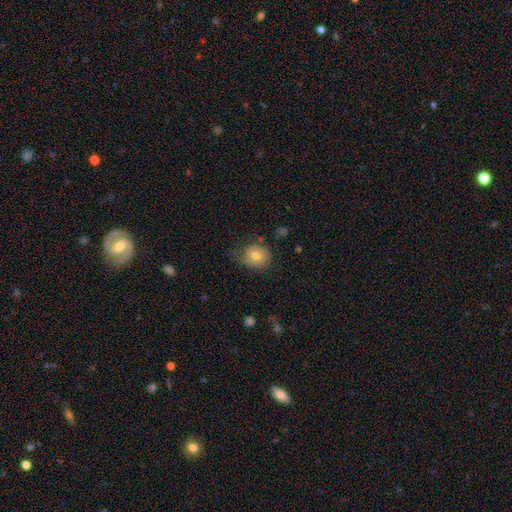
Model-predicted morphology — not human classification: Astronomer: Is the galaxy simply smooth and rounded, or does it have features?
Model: smooth — 70%.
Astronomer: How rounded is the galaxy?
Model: round — 65%.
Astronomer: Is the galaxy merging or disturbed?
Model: none — 60%.